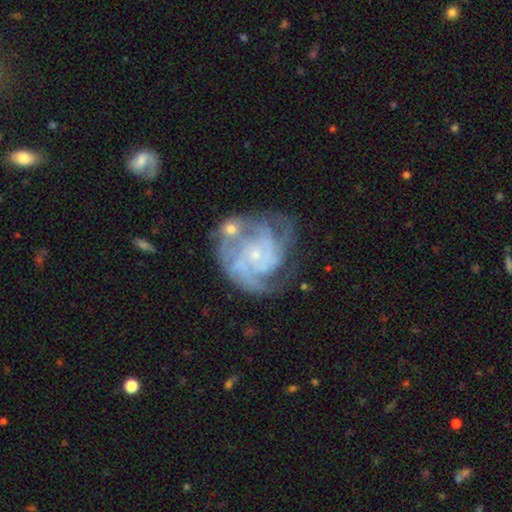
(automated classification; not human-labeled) A featured or disk galaxy (87%) with no bar (74%), 3 (34%) tight (60%) spiral arms (96%) and a small central bulge (78%). Merging: none (56%).